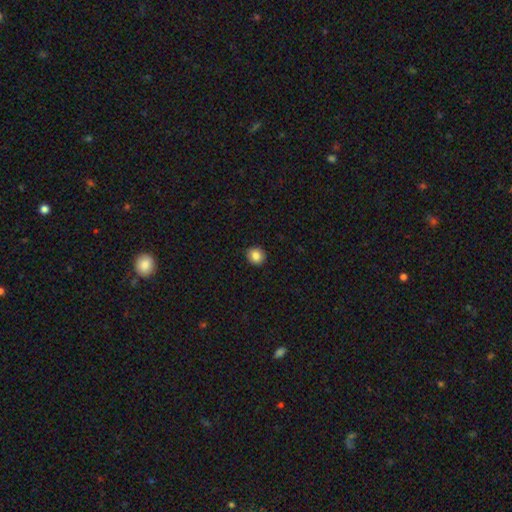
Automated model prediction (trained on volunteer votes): smooth 85%, star or artifact 9%, featured or disk 5%. Down the decision tree: how rounded — round (88%); merging — none (90%).